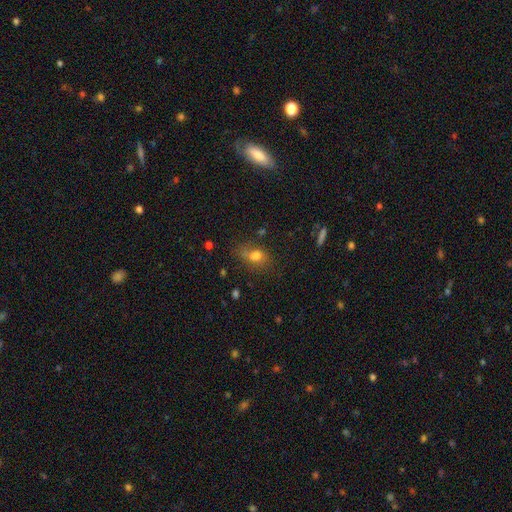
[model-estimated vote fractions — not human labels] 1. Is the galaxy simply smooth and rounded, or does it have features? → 73% smooth, 14% star or artifact, 13% featured or disk.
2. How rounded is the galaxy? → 62% in between, 35% round, 3% cigar-shaped.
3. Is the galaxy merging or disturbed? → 55% none, 24% minor disturbance, 12% major disturbance, 9% merger.